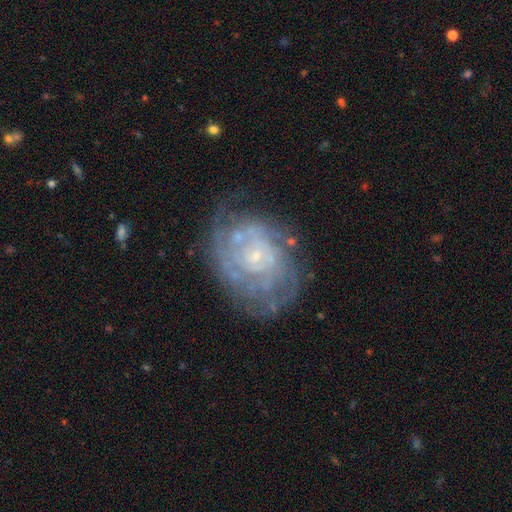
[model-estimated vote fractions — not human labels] This is clearly a featured or disk galaxy (83%). It is clearly not viewed edge-on (97%). Bar: likely no (78%). Spiral arm pattern: clearly yes (89%). Spiral arm count: possibly can't tell (45%). Spiral winding: likely tight (73%). Central bulge: clearly small (83%). Merging: likely none (63%).